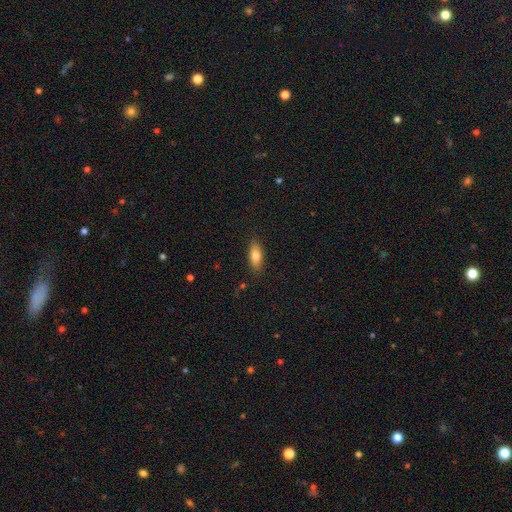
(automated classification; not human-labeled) Smooth or featured?
  - smooth: 79% *
  - featured or disk: 13%
  - star or artifact: 8%
How rounded?
  - in between: 79% *
  - cigar-shaped: 17%
  - round: 3%
Merging?
  - none: 86% *
  - minor disturbance: 11%
  - major disturbance: 2%
  - merger: 1%